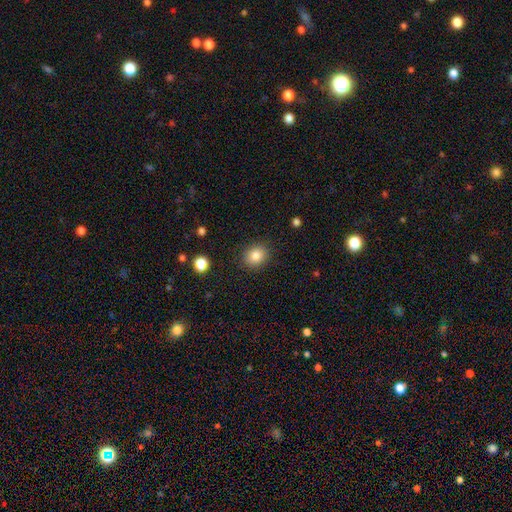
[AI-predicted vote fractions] Smooth or featured? smooth (84%)
How rounded? round (65%)
Merging? none (88%)